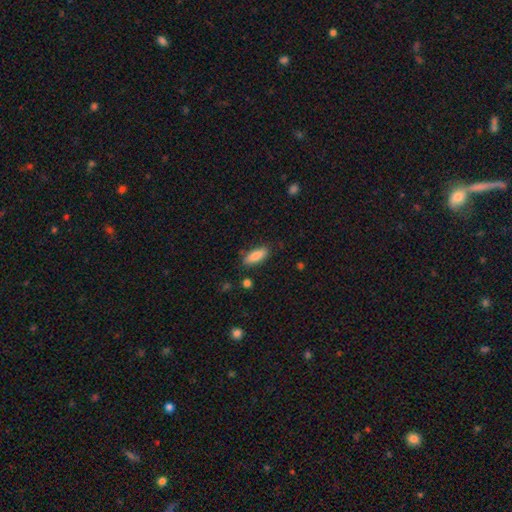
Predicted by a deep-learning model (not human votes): Smooth or featured: smooth — 85% (featured or disk — 9%)
How rounded: in between — 68% (cigar-shaped — 30%)
Merging: none — 82% (minor disturbance — 13%)